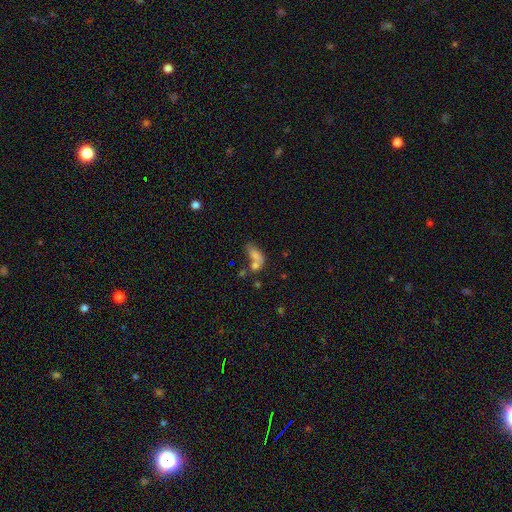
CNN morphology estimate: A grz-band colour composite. It shows a smooth galaxy with no disk features (68%) that is in between round and cigar-shaped (81%). Merging: merger (53%).